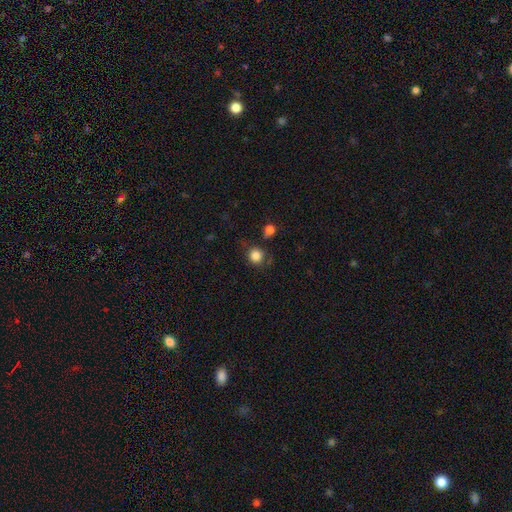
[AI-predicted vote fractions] The model was most divided on "merging": none: 77%, minor disturbance: 13%, merger: 6%, major disturbance: 4%. More confident: how rounded — round (90%); smooth or featured — smooth (84%).